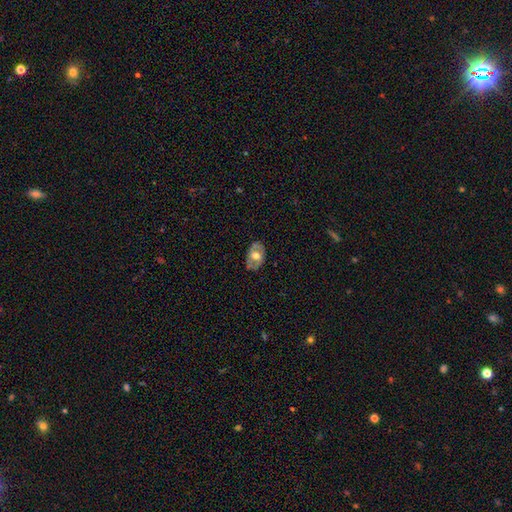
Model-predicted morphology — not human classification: This appears to be a featured or disk galaxy (54%). Merging: none (76%).